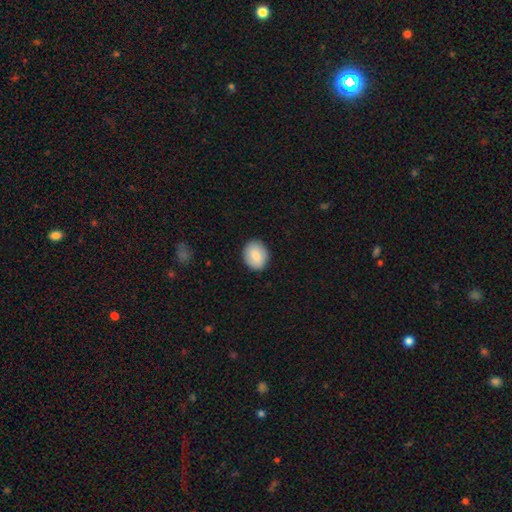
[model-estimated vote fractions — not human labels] The model was most divided on "how rounded": round: 51%, in between: 48%, cigar-shaped: 1%. More confident: merging — none (89%); smooth or featured — smooth (86%).